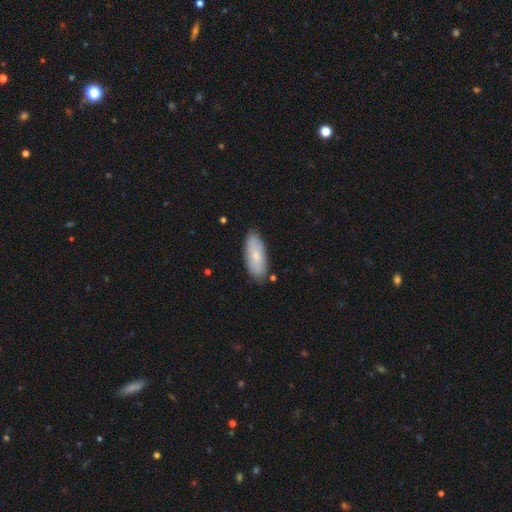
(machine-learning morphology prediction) type=smooth (73%); roundness=in between (81%); merging=none (81%).